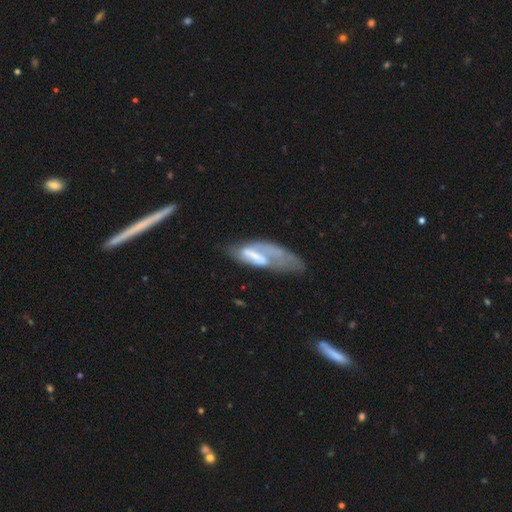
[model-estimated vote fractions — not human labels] This is possibly a featured or disk galaxy (54%). It is clearly not viewed edge-on (86%). Merging: marginally major disturbance (40%).